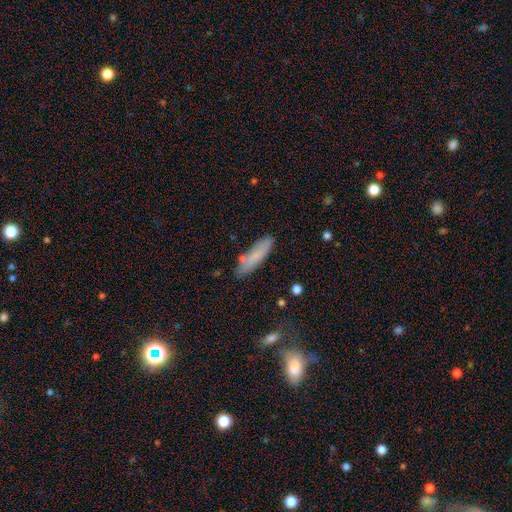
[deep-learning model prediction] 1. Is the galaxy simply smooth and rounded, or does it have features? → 77% smooth, 16% featured or disk, 7% star or artifact.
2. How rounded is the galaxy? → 68% cigar-shaped, 30% in between, 2% round.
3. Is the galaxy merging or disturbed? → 79% none, 14% minor disturbance, 4% merger, 3% major disturbance.